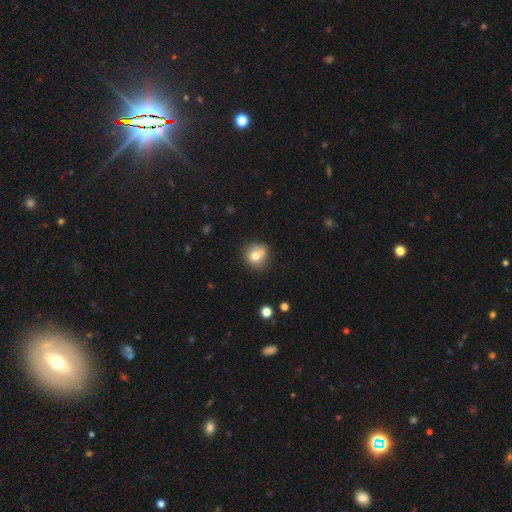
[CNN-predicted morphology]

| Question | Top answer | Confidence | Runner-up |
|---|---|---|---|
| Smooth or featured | smooth | 75% | featured or disk (15%) |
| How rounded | round | 84% | in between (15%) |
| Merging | none | 59% | minor disturbance (21%) |